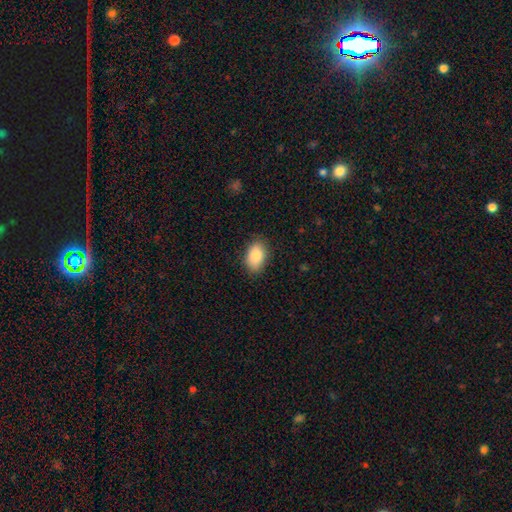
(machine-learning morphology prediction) Smooth or featured? smooth (87%)
How rounded? in between (89%)
Merging? none (85%)